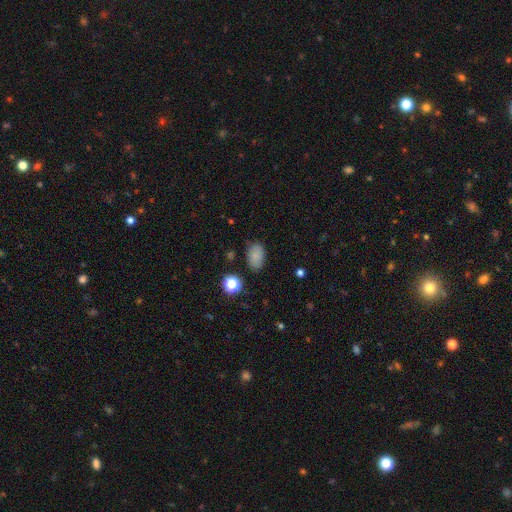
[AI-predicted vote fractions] A smooth galaxy with no disk features (82%) that is in between round and cigar-shaped (84%).

Vote fractions:
- Smooth or featured? smooth: 82% / star or artifact: 12% / featured or disk: 6%
- How rounded? in between: 84% / round: 15% / cigar-shaped: 1%
- Merging? none: 80% / minor disturbance: 14% / major disturbance: 4% / merger: 2%